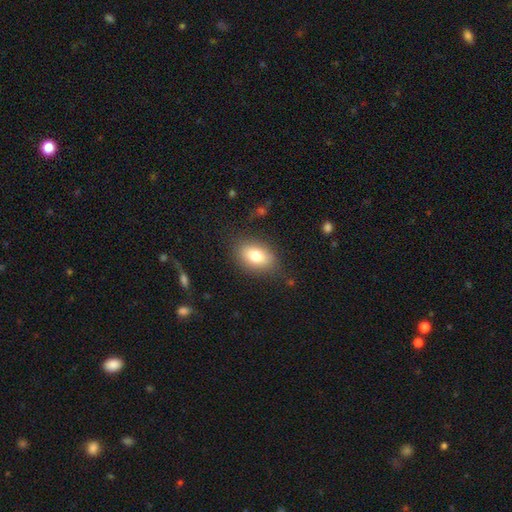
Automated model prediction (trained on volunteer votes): smooth-or-featured: smooth: 78% | featured or disk: 13% | star or artifact: 8%
  how-rounded: in between: 85% | round: 13% | cigar-shaped: 2%
  merging: none: 81% | minor disturbance: 13% | major disturbance: 4% | merger: 2%